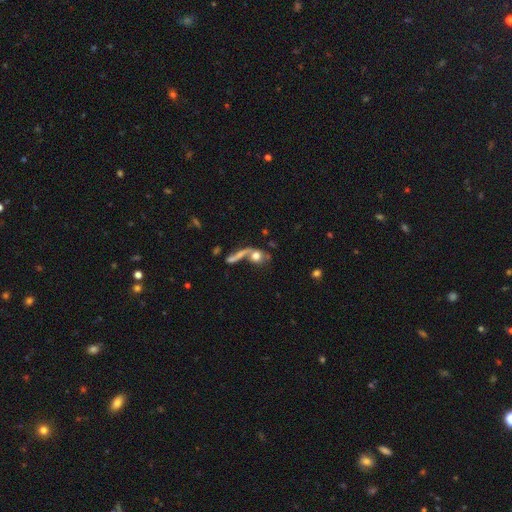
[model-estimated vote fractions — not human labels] Smooth or featured?
  - smooth: 60% *
  - featured or disk: 27%
  - star or artifact: 13%
How rounded?
  - round: 64% *
  - in between: 27%
  - cigar-shaped: 9%
Merging?
  - merger: 39% *
  - none: 32%
  - major disturbance: 19%
  - minor disturbance: 11%